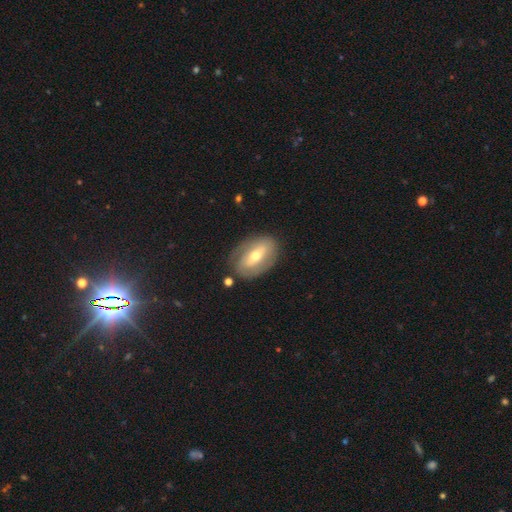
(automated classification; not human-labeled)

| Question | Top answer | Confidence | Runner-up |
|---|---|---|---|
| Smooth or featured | featured or disk | 62% | smooth (32%) |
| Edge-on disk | no | 89% | yes (11%) |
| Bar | strong | 44% | weak (32%) |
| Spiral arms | yes | 55% | no (45%) |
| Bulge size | moderate | 67% | small (25%) |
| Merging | none | 77% | minor disturbance (15%) |